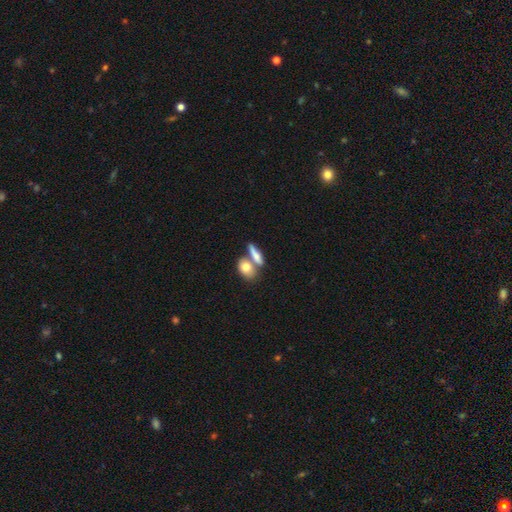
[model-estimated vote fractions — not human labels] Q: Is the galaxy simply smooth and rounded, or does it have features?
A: smooth — 73%.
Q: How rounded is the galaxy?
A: in between — 64%.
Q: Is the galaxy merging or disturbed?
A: merger — 47%.